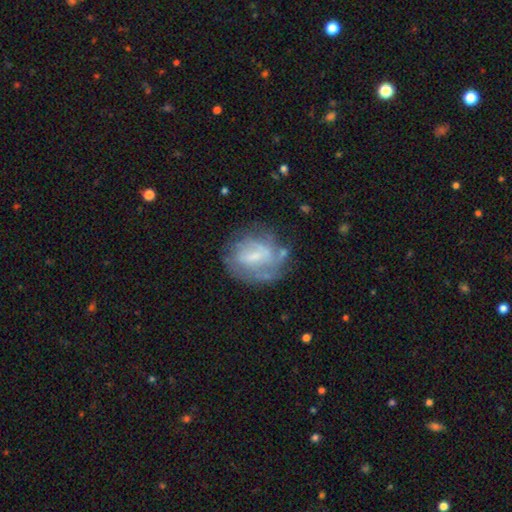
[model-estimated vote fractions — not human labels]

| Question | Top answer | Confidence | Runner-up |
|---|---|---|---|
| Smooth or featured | featured or disk | 61% | smooth (31%) |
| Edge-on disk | no | 96% | yes (4%) |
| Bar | weak | 49% | no (29%) |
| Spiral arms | yes | 57% | no (43%) |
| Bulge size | small | 44% | moderate (28%) |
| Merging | none | 56% | minor disturbance (24%) |